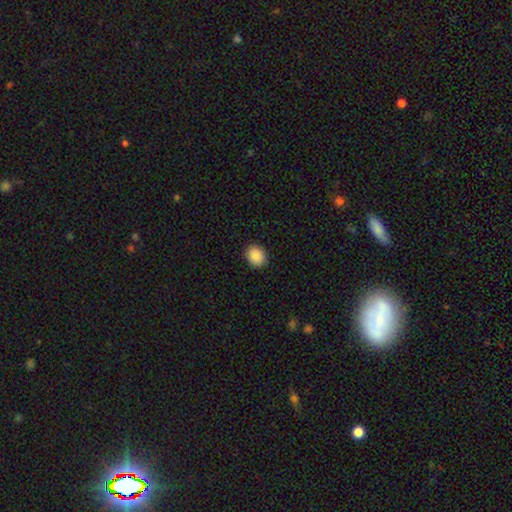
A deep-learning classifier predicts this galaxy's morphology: Smooth or featured? smooth (89%)
How rounded? round (55%)
Merging? none (90%)